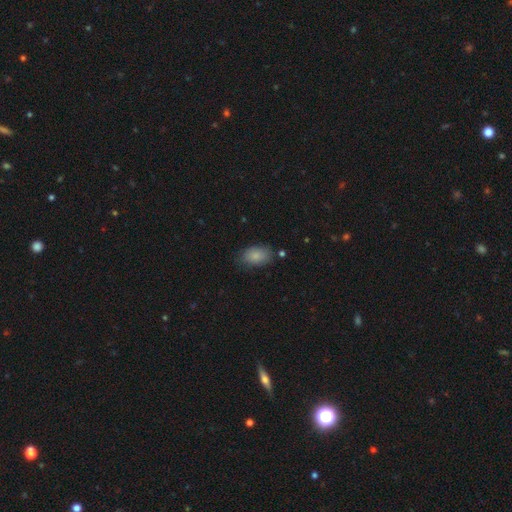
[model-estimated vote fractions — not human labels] This appears to be a smooth galaxy with no disk features (86%) that is in between round and cigar-shaped (91%). Merging: none (76%).